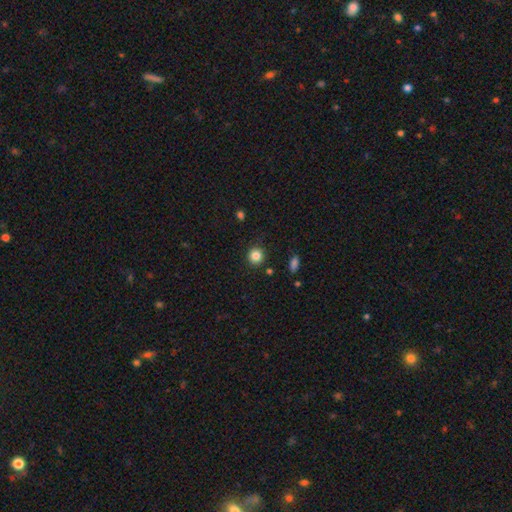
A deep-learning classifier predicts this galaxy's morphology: A smooth galaxy with no disk features (84%) that is round (90%). Merging: none (89%).